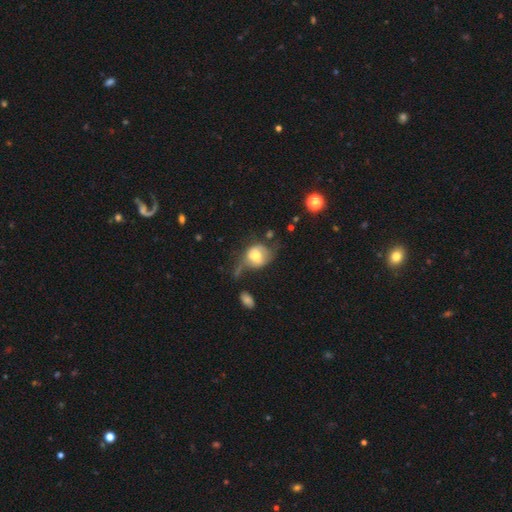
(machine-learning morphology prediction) The model was most divided on "merging": major disturbance: 31%, none: 30%, minor disturbance: 28%, merger: 11%. More confident: how rounded — round (58%); smooth or featured — smooth (54%).